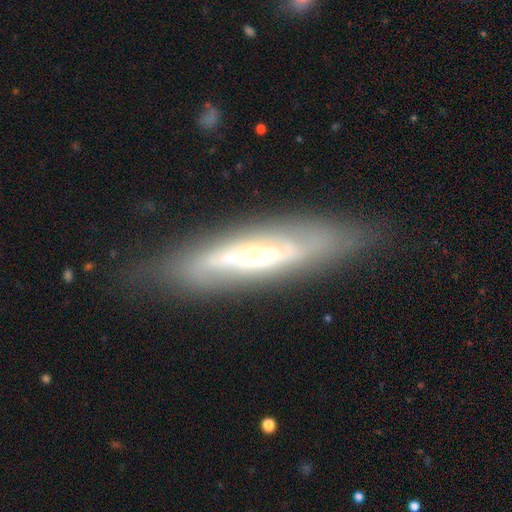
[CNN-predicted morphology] featured or disk 70%, smooth 24%, star or artifact 6%. Down the decision tree: edge-on disk — no (56%); merging — none (77%).